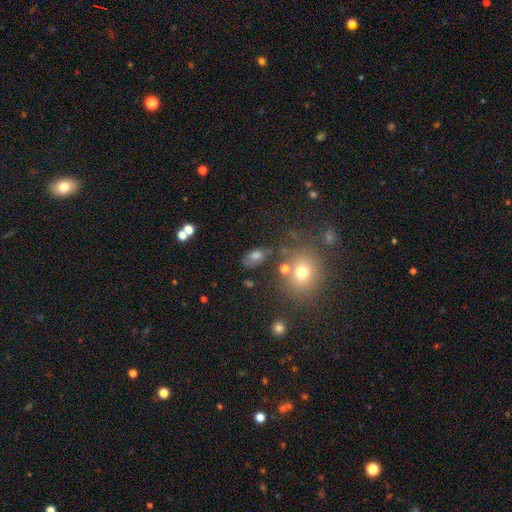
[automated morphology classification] type=smooth (71%); roundness=in between (84%); merging=none (68%).